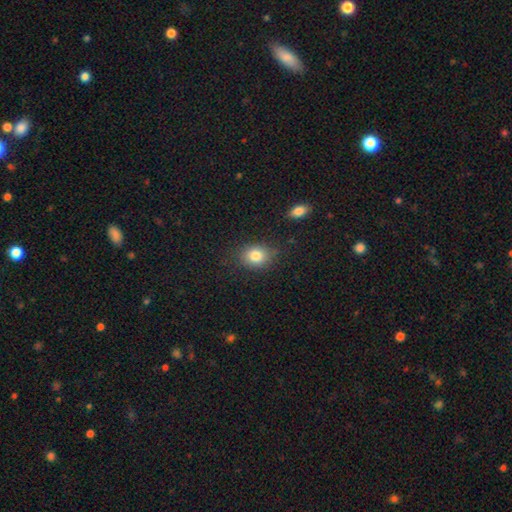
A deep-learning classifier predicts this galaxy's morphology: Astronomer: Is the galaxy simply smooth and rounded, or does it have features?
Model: smooth — 82%.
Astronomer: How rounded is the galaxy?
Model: round — 57% (runner-up: in between, 42%).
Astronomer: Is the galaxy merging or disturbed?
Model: none — 81%.